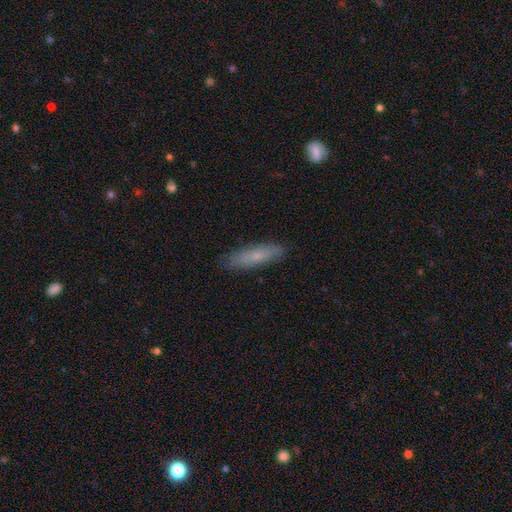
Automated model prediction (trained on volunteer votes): Q: Smooth or featured?
A: smooth (68%); runner-up: featured or disk (25%)
Q: How rounded?
A: cigar-shaped (77%); runner-up: in between (22%)
Q: Merging?
A: none (86%); runner-up: minor disturbance (11%)